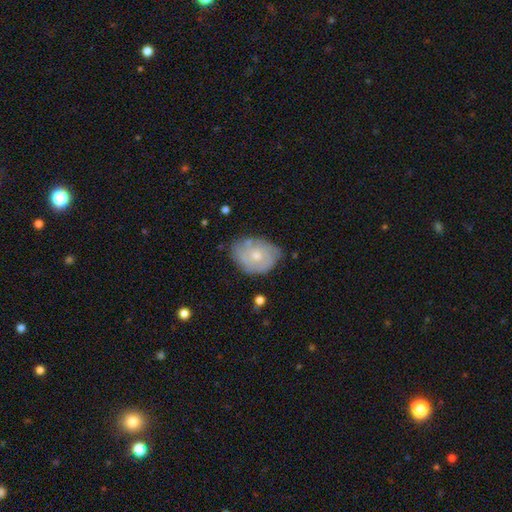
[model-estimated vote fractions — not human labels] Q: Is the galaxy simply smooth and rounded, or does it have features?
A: featured or disk — 51%.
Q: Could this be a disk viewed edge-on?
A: no — 96%.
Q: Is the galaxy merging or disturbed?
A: none — 63%.